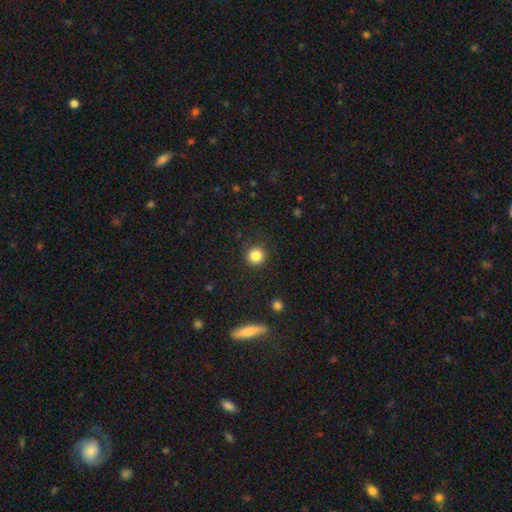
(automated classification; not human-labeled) Smooth or featured? smooth (84%)
How rounded? round (94%)
Merging? none (91%)